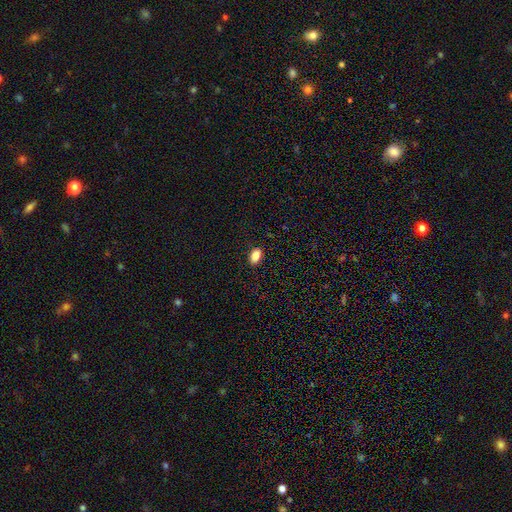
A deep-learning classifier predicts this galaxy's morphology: smooth_or_featured: smooth (p=0.87) [alt: star or artifact p=0.09]
how_rounded: in between (p=0.89) [alt: round p=0.07]
merging: none (p=0.89) [alt: minor disturbance p=0.09]